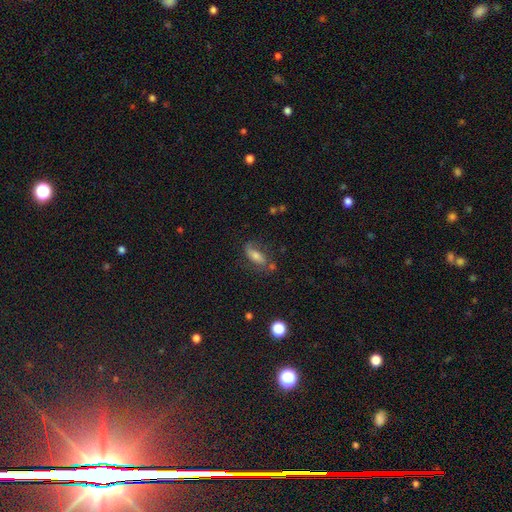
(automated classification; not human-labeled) Smooth or featured? Predicted: smooth (p=0.51). How rounded? Predicted: in between (p=0.67). Merging? Predicted: none (p=0.61).